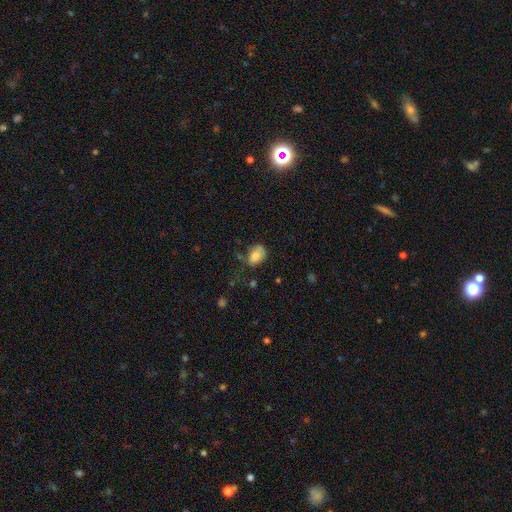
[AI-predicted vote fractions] Q: Smooth or featured?
A: smooth (80%); runner-up: featured or disk (11%)
Q: How rounded?
A: in between (84%); runner-up: round (14%)
Q: Merging?
A: none (50%); runner-up: minor disturbance (32%)